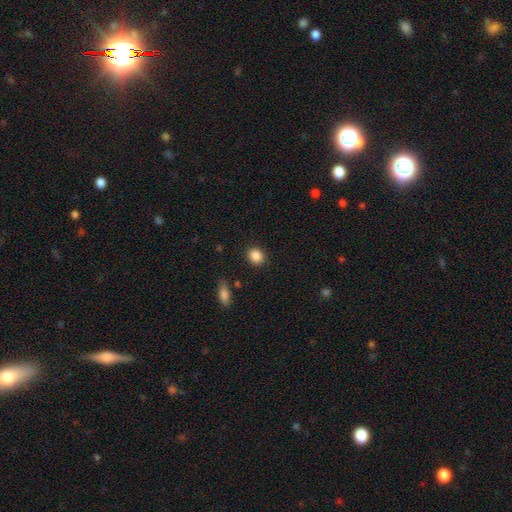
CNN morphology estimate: This appears to be a smooth galaxy with no disk features (87%) that is round (74%). Merging: none (89%).